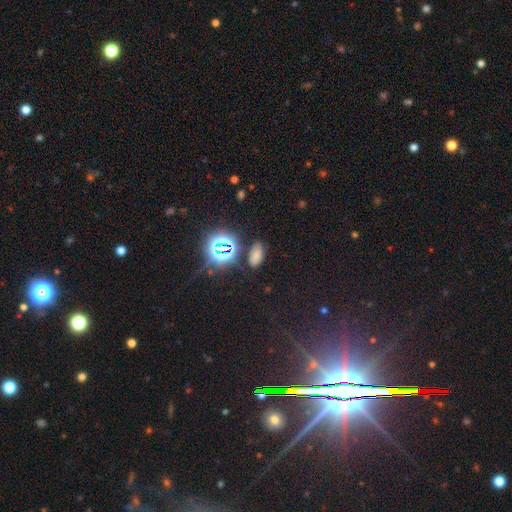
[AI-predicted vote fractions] Smooth or featured? smooth (57%)
How rounded? in between (90%)
Merging? none (79%)